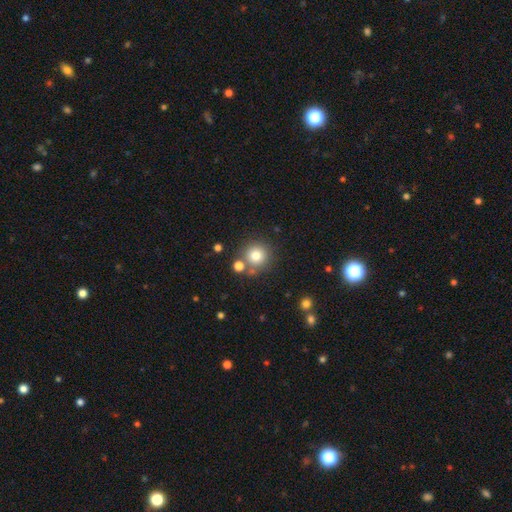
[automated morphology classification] This is likely a smooth galaxy (78%). How rounded: clearly round (94%). Merging: likely none (75%).